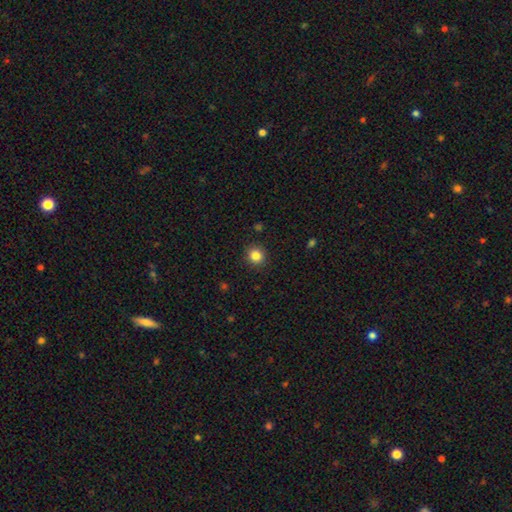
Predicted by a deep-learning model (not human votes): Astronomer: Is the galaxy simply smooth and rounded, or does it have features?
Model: smooth — 84%.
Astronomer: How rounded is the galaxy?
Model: round — 90%.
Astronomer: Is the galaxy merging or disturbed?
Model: none — 90%.